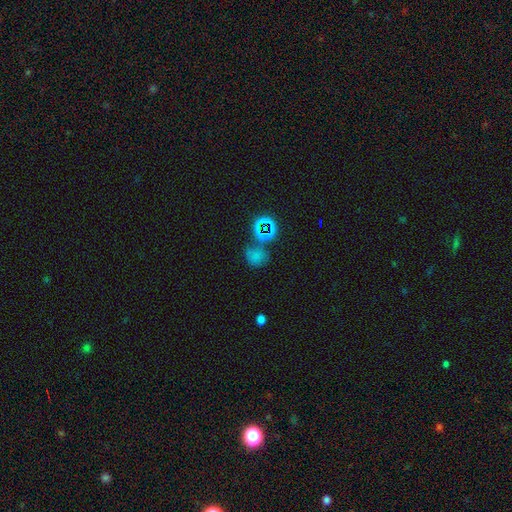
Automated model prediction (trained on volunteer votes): smooth_or_featured: smooth (p=0.57) [alt: star or artifact p=0.34]
how_rounded: round (p=0.74) [alt: in between p=0.25]
merging: none (p=0.54) [alt: merger p=0.19]